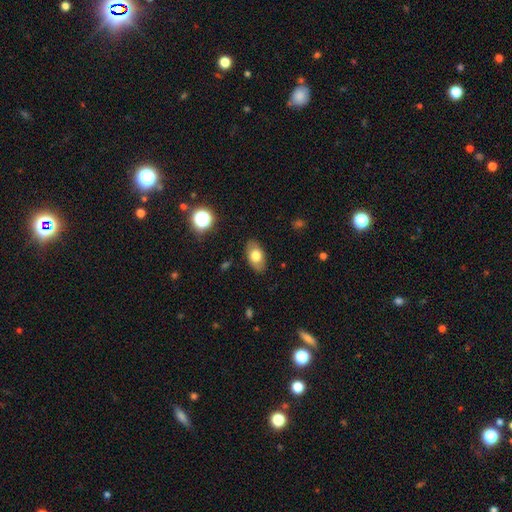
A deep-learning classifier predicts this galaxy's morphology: Smooth or featured?
  - smooth: 73% *
  - featured or disk: 19%
  - star or artifact: 8%
How rounded?
  - in between: 90% *
  - round: 8%
  - cigar-shaped: 2%
Merging?
  - none: 84% *
  - minor disturbance: 12%
  - major disturbance: 3%
  - merger: 1%